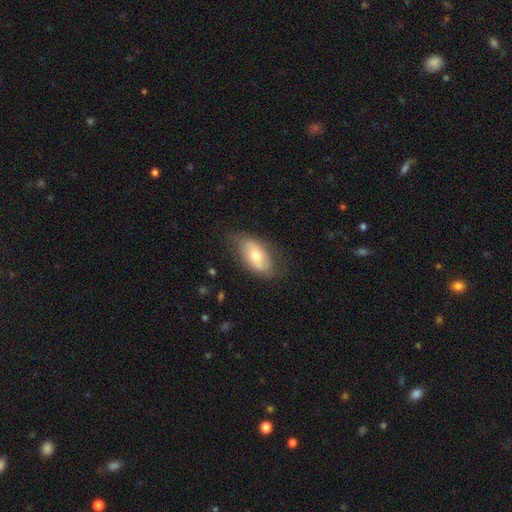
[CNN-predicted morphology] Q: Smooth or featured?
A: smooth (58%); runner-up: featured or disk (35%)
Q: How rounded?
A: in between (92%); runner-up: round (5%)
Q: Merging?
A: none (74%); runner-up: minor disturbance (19%)